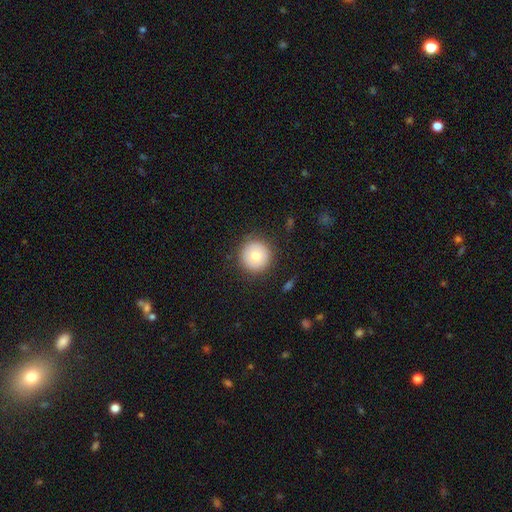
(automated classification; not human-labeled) smooth-or-featured: smooth: 76% | featured or disk: 14% | star or artifact: 9%
  how-rounded: round: 96% | in between: 3% | cigar-shaped: 1%
  merging: none: 89% | minor disturbance: 8% | major disturbance: 3% | merger: 1%